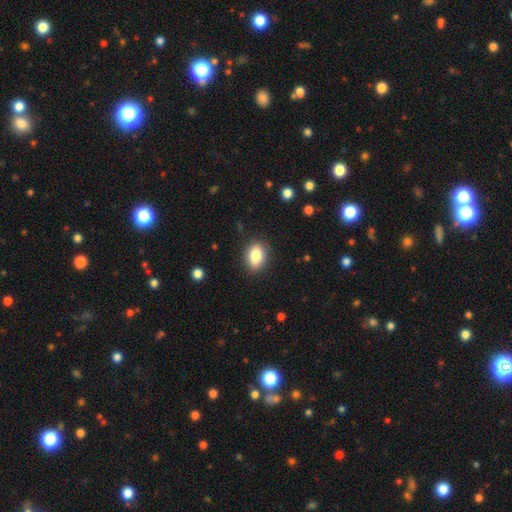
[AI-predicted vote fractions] Smooth or featured? Predicted: smooth (p=0.83). How rounded? Predicted: in between (p=0.81). Merging? Predicted: none (p=0.87).